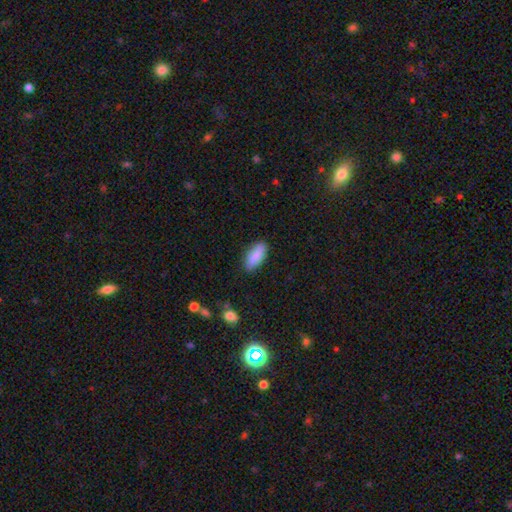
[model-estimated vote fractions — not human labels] Q: Smooth or featured?
A: smooth (86%); runner-up: featured or disk (8%)
Q: How rounded?
A: in between (79%); runner-up: cigar-shaped (19%)
Q: Merging?
A: none (84%); runner-up: minor disturbance (12%)